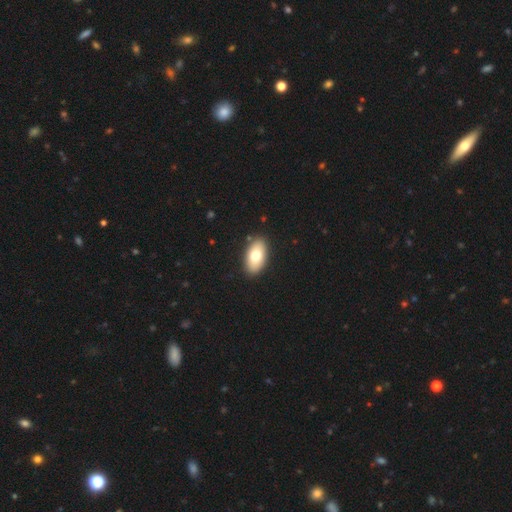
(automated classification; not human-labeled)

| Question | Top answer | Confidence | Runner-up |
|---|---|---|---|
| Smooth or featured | smooth | 74% | featured or disk (20%) |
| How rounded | in between | 94% | round (4%) |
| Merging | none | 89% | minor disturbance (8%) |